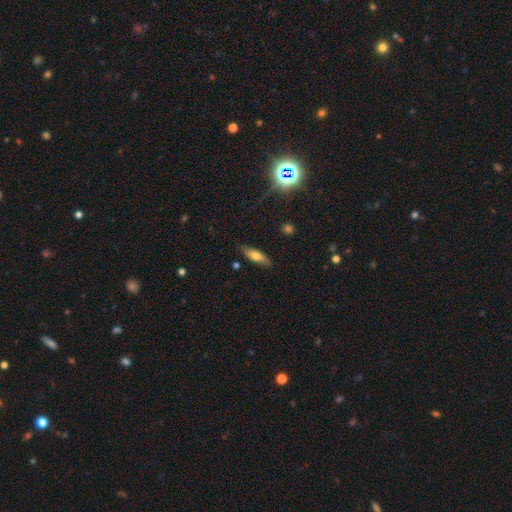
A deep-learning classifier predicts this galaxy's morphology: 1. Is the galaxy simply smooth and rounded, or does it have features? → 62% smooth, 30% featured or disk, 8% star or artifact.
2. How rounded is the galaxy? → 52% cigar-shaped, 45% in between, 3% round.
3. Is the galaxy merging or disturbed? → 83% none, 13% minor disturbance, 2% major disturbance, 2% merger.